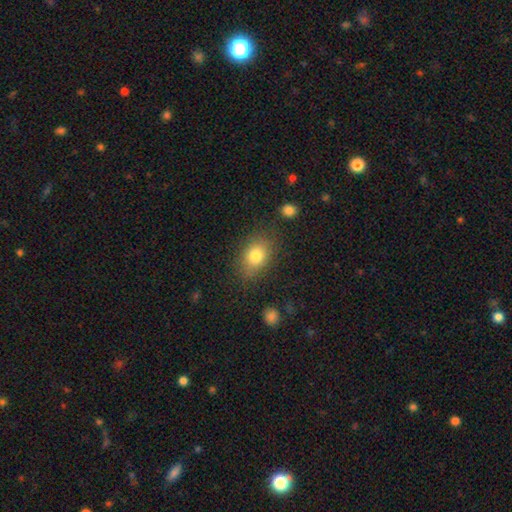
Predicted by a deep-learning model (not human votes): The model was most divided on "how rounded": in between: 69%, round: 29%, cigar-shaped: 1%. More confident: smooth or featured — smooth (79%); merging — none (78%).